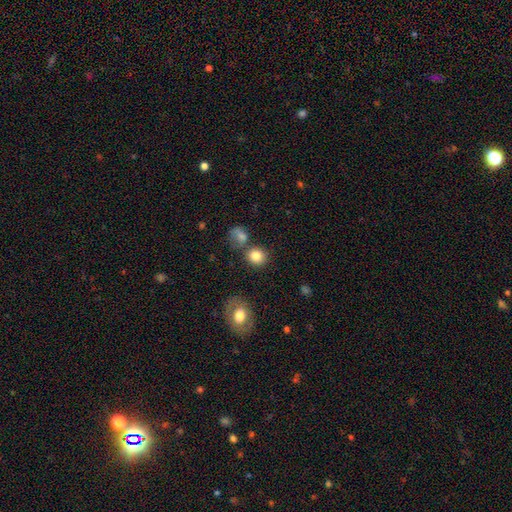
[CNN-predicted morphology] A smooth galaxy with no disk features (82%) that is round (81%).

Vote fractions:
- Smooth or featured? smooth: 82% / star or artifact: 10% / featured or disk: 7%
- How rounded? round: 81% / in between: 18% / cigar-shaped: 1%
- Merging? none: 72% / merger: 14% / minor disturbance: 10% / major disturbance: 4%